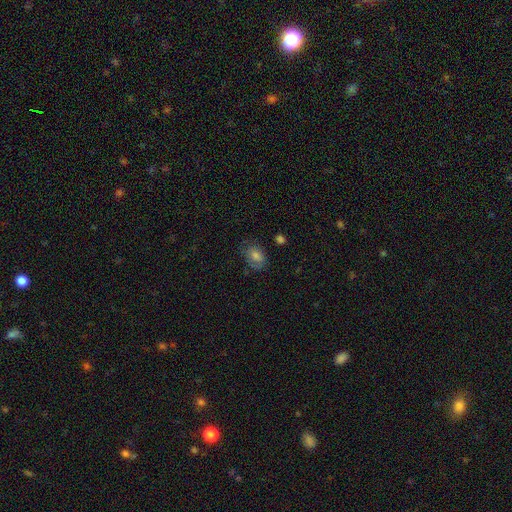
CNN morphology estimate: The model was most divided on "smooth or featured": smooth: 63%, featured or disk: 23%, star or artifact: 14%. More confident: how rounded — in between (74%); merging — none (66%).